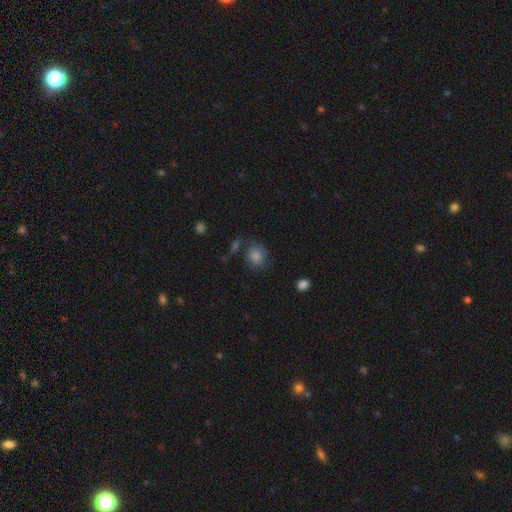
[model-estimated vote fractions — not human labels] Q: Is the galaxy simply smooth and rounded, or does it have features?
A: smooth — 70%.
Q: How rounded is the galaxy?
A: round — 73%.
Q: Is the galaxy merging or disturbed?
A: none — 65%.